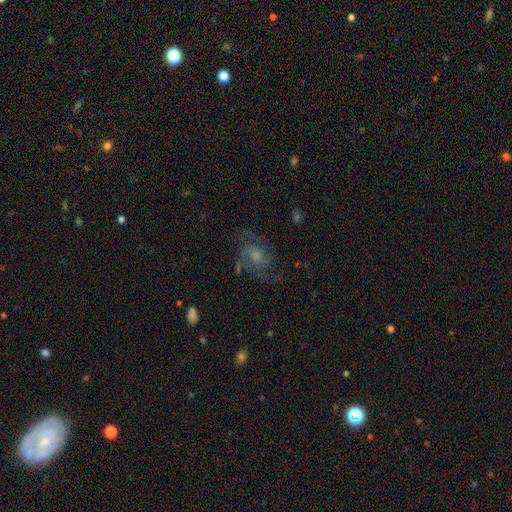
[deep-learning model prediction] A featured or disk galaxy (74%) with no bar (69%), 2 (46%) medium (52%) spiral arms (91%) and a moderate central bulge (49%).

Vote fractions:
- Smooth or featured? featured or disk: 74% / smooth: 16% / star or artifact: 10%
- Edge-on disk? no: 97% / yes: 3%
- Bar? no: 69% / weak: 27% / strong: 4%
- Spiral arms? yes: 91% / no: 9%
- Spiral winding? medium: 52% / tight: 27% / loose: 21%
- Spiral arm count? 2: 46% / can't tell: 20% / 3: 19% / 4: 5% / 1: 5% / more than 4: 4%
- Bulge size? moderate: 49% / small: 36% / large: 7% / none: 6% / dominant: 1%
- Merging? none: 65% / minor disturbance: 18% / major disturbance: 14% / merger: 2%